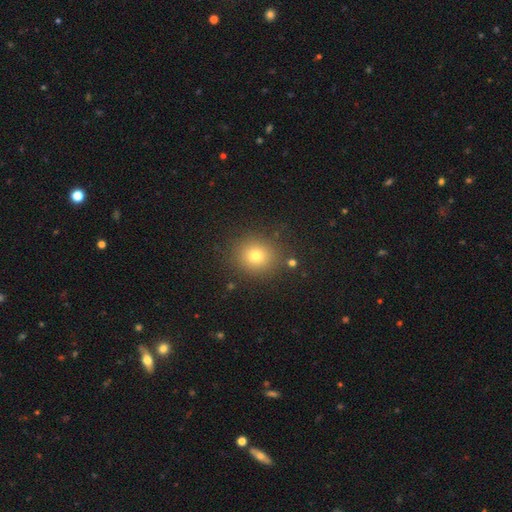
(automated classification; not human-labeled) A smooth galaxy with no disk features (76%) that is round (84%).

Vote fractions:
- Smooth or featured? smooth: 76% / star or artifact: 15% / featured or disk: 9%
- How rounded? round: 84% / in between: 15% / cigar-shaped: 1%
- Merging? none: 87% / minor disturbance: 8% / major disturbance: 3% / merger: 2%